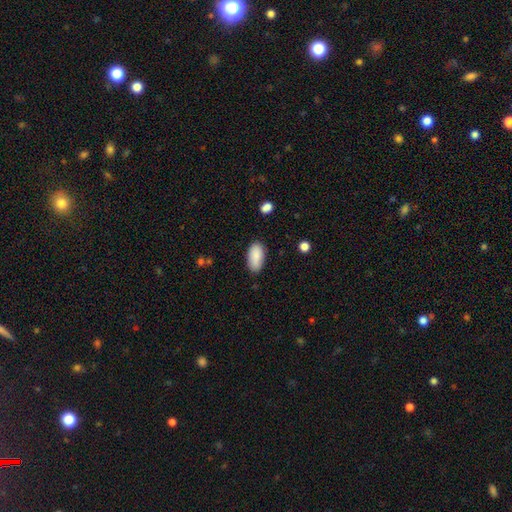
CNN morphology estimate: A smooth galaxy with no disk features (89%) that is in between round and cigar-shaped (92%).

Vote fractions:
- Smooth or featured? smooth: 89% / star or artifact: 7% / featured or disk: 5%
- How rounded? in between: 92% / cigar-shaped: 5% / round: 2%
- Merging? none: 80% / minor disturbance: 15% / major disturbance: 3% / merger: 2%